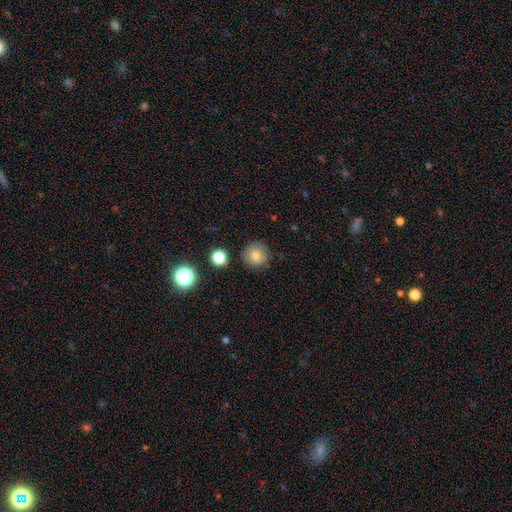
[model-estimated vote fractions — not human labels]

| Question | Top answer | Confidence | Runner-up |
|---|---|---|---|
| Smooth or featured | smooth | 81% | star or artifact (11%) |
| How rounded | round | 94% | in between (5%) |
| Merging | none | 85% | minor disturbance (10%) |